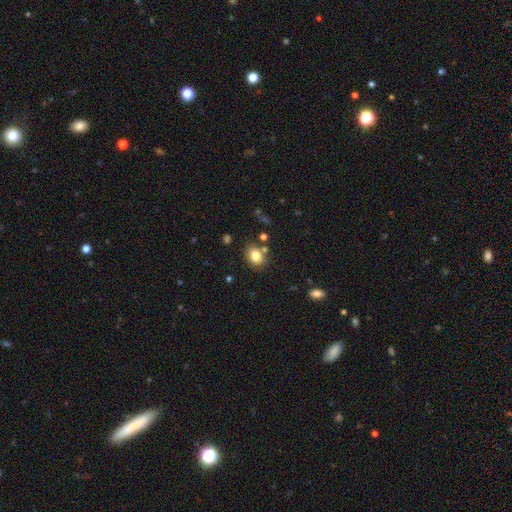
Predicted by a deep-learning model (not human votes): Morphology: type=smooth (81%); roundness=in between (57%); merging=none (75%).